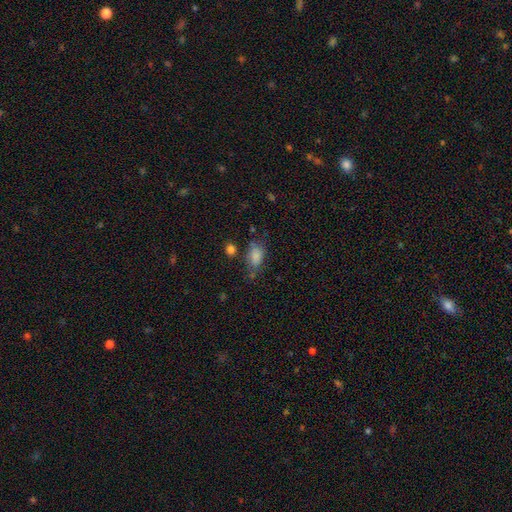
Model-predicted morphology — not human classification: Overall: smooth (81%). How rounded: in between (87%). Merging: none (55%; minor disturbance 27%).